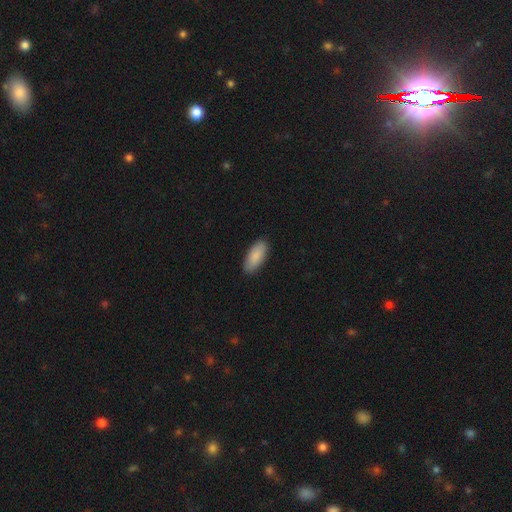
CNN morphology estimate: Smooth or featured? Predicted: smooth (p=0.88). How rounded? Predicted: in between (p=0.87). Merging? Predicted: none (p=0.87).